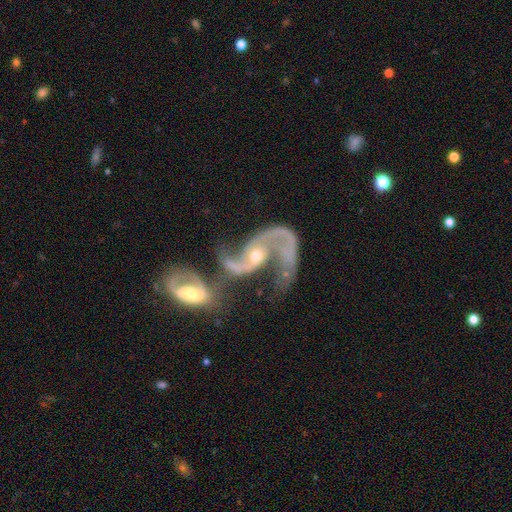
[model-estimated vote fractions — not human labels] featured or disk 90%, star or artifact 5%, smooth 5%. Down the decision tree: edge-on disk — no (97%); bar — no (54%); spiral arms — yes (95%); spiral arm count — 2 (87%); spiral winding — loose (61%); bulge size — moderate (55%); merging — merger (53%).